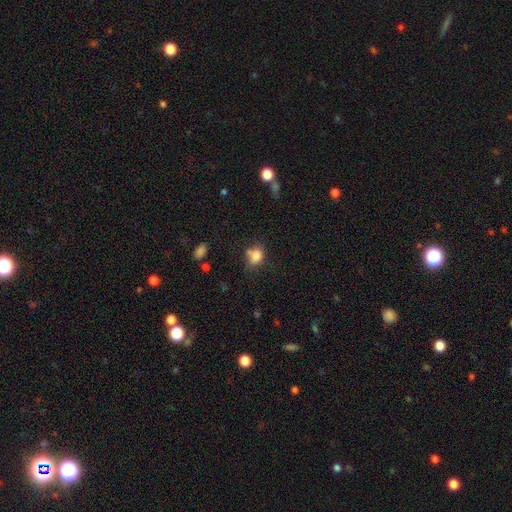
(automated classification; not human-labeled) Smooth or featured: smooth — 80% (star or artifact — 11%)
How rounded: in between — 51% (round — 48%)
Merging: none — 52% (minor disturbance — 23%)